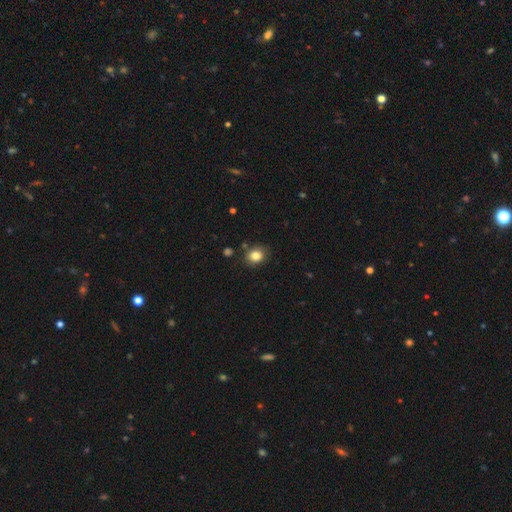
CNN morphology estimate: The model was most divided on "how rounded": round: 63%, in between: 36%, cigar-shaped: 1%. More confident: merging — none (84%); smooth or featured — smooth (83%).